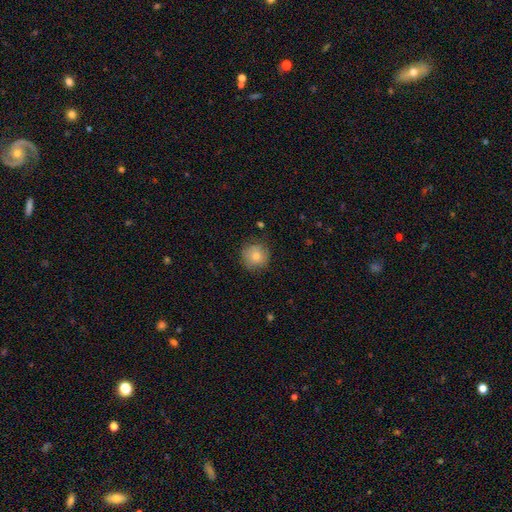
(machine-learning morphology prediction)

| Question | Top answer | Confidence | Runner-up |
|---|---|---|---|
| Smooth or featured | smooth | 79% | featured or disk (12%) |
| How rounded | round | 91% | in between (8%) |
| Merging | none | 79% | minor disturbance (16%) |